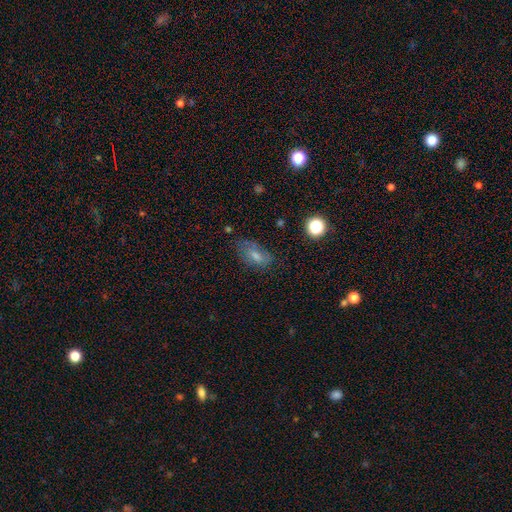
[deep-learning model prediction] A smooth galaxy with no disk features (51%) that is in between round and cigar-shaped (84%).

Vote fractions:
- Smooth or featured? smooth: 51% / featured or disk: 29% / star or artifact: 20%
- How rounded? in between: 84% / round: 11% / cigar-shaped: 6%
- Merging? none: 65% / minor disturbance: 23% / major disturbance: 9% / merger: 3%